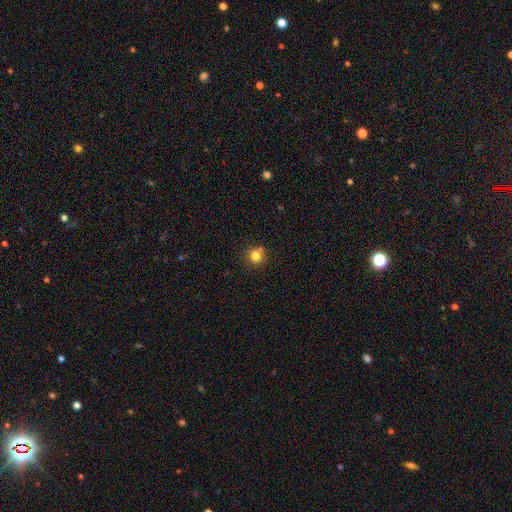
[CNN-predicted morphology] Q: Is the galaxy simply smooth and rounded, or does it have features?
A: smooth — 81%.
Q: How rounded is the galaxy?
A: round — 91%.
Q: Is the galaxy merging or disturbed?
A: none — 73%.